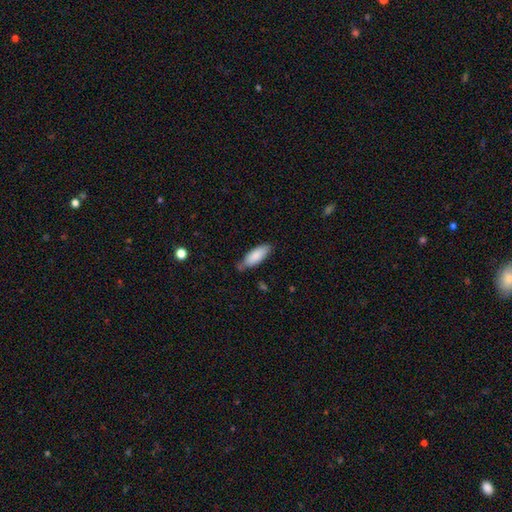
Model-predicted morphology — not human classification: Q: Smooth or featured?
A: smooth (86%); runner-up: featured or disk (8%)
Q: How rounded?
A: in between (73%); runner-up: cigar-shaped (26%)
Q: Merging?
A: none (68%); runner-up: minor disturbance (23%)